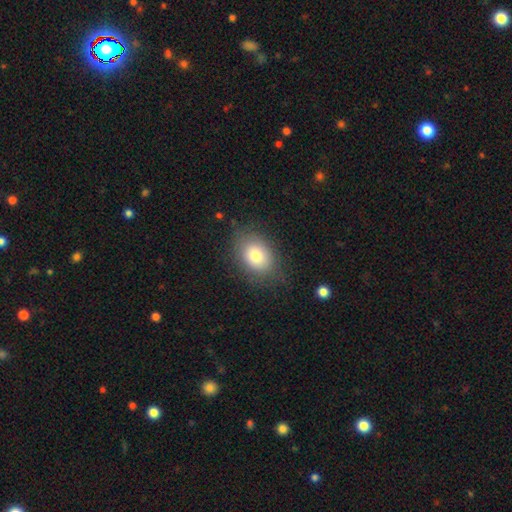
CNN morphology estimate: Smooth or featured? Predicted: smooth (p=0.78). How rounded? Predicted: in between (p=0.70). Merging? Predicted: none (p=0.76).